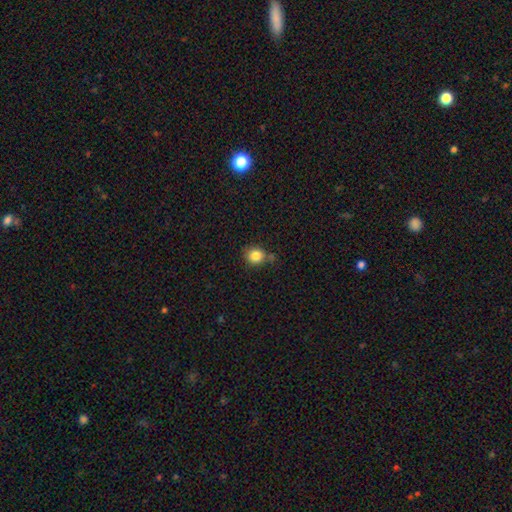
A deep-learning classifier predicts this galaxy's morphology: Smooth or featured? Predicted: smooth (p=0.84). How rounded? Predicted: round (p=0.84). Merging? Predicted: none (p=0.67).